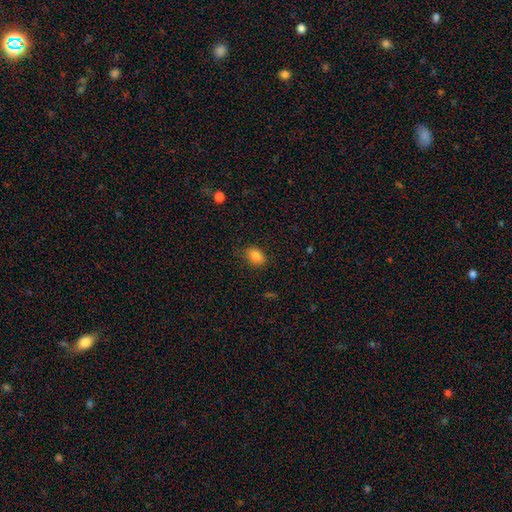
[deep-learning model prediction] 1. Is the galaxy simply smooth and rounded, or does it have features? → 84% smooth, 10% star or artifact, 6% featured or disk.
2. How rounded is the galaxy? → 74% in between, 24% round, 1% cigar-shaped.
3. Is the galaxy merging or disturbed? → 80% none, 15% minor disturbance, 3% major disturbance, 1% merger.